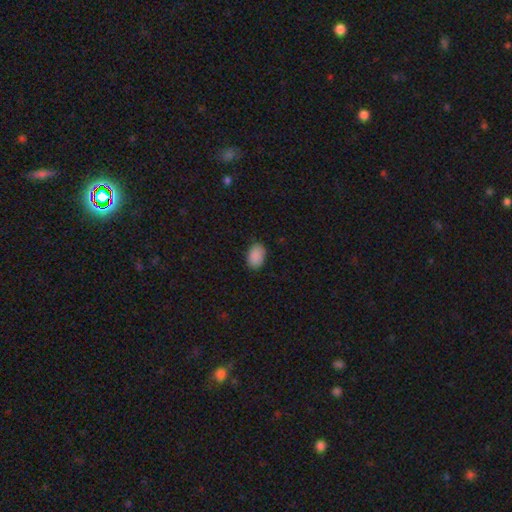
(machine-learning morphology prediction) A smooth galaxy with no disk features (89%) that is in between round and cigar-shaped (86%). Merging: none (85%).